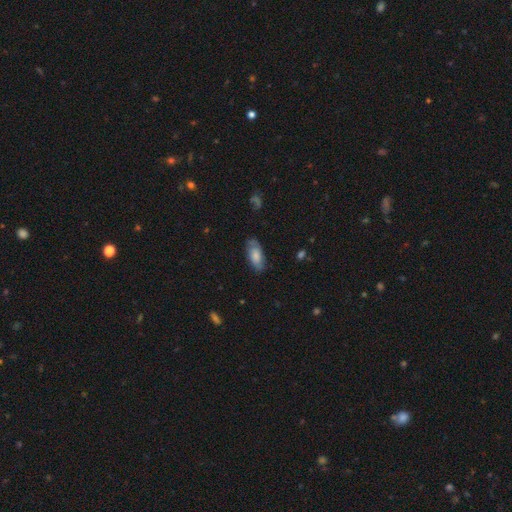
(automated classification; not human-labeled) The model was most divided on "merging": none: 75%, minor disturbance: 19%, major disturbance: 4%, merger: 1%. More confident: how rounded — in between (86%); smooth or featured — smooth (77%).